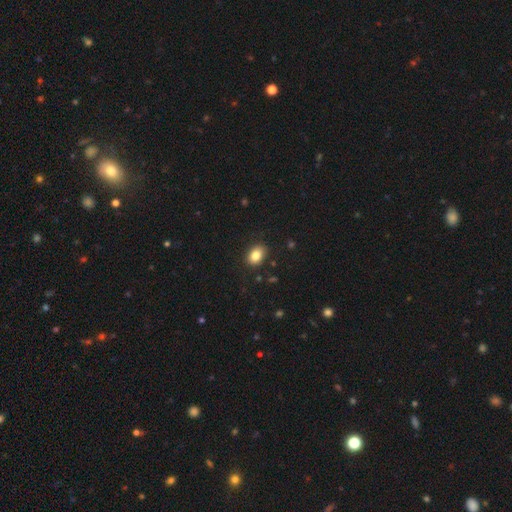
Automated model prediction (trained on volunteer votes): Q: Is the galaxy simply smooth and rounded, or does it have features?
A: smooth — 84%.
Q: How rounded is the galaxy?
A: in between — 71%.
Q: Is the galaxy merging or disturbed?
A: none — 87%.